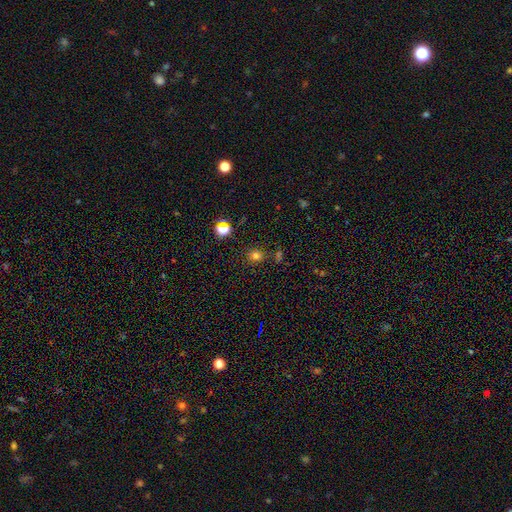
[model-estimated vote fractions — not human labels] smooth 71%, star or artifact 23%, featured or disk 6%. Down the decision tree: how rounded — round (85%); merging — none (82%).